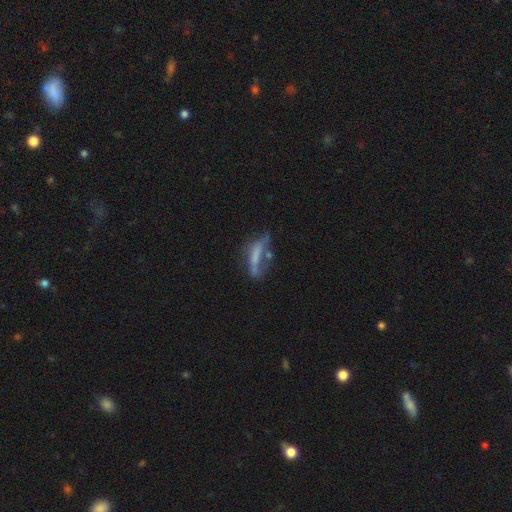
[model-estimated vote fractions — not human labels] Smooth or featured?
  - smooth: 48% *
  - featured or disk: 40%
  - star or artifact: 12%
Merging?
  - none: 33% *
  - major disturbance: 28%
  - minor disturbance: 23%
  - merger: 16%